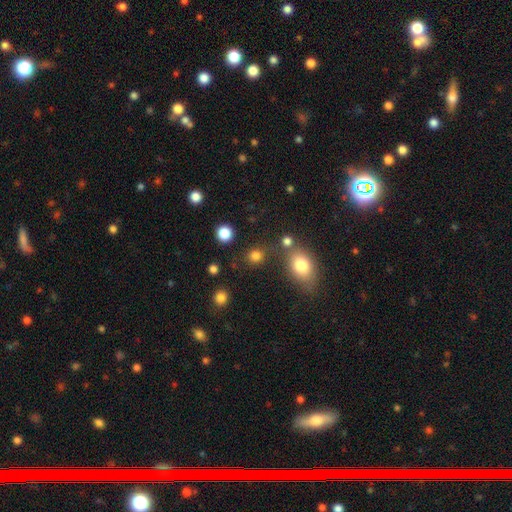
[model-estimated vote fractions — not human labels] A smooth galaxy with no disk features (81%) that is round (75%). Merging: none (76%).